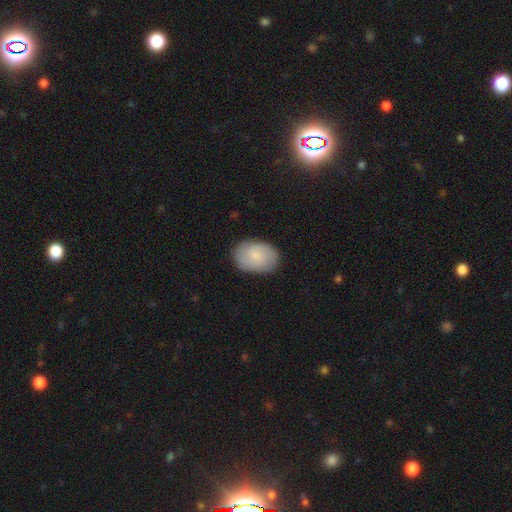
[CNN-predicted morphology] Overall: smooth (68%). How rounded: in between (80%). Merging: none (83%).